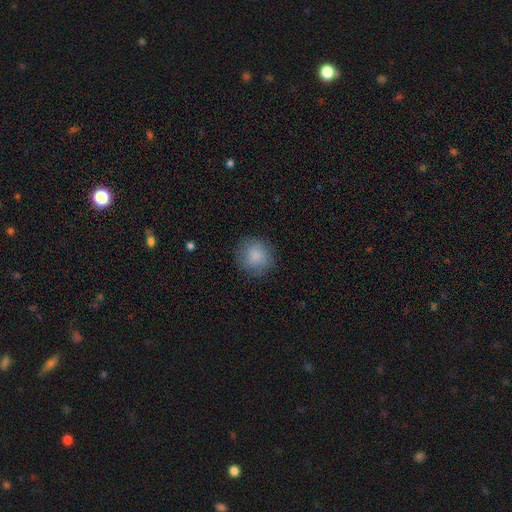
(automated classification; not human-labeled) A smooth galaxy with no disk features (86%) that is round (91%). Merging: none (85%).